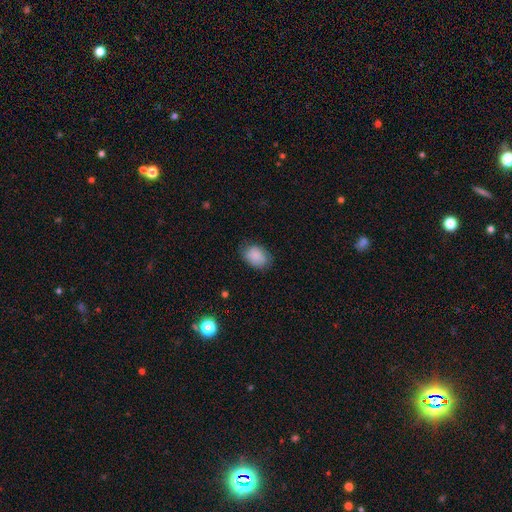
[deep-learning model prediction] The model was most divided on "how rounded": in between: 72%, round: 27%, cigar-shaped: 1%. More confident: smooth or featured — smooth (85%); merging — none (74%).